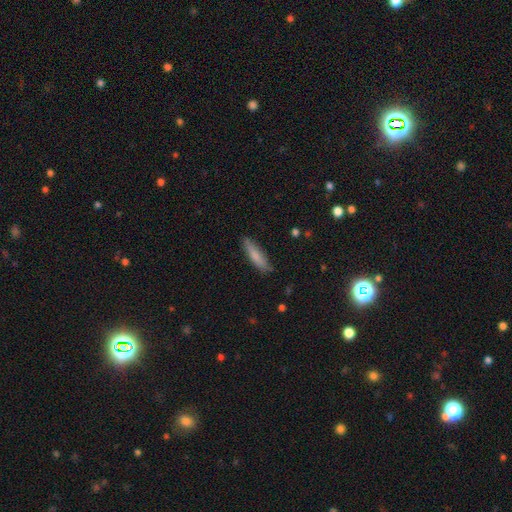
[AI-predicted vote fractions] Smooth or featured: smooth — 78% (featured or disk — 16%)
How rounded: cigar-shaped — 77% (in between — 22%)
Merging: none — 81% (minor disturbance — 15%)